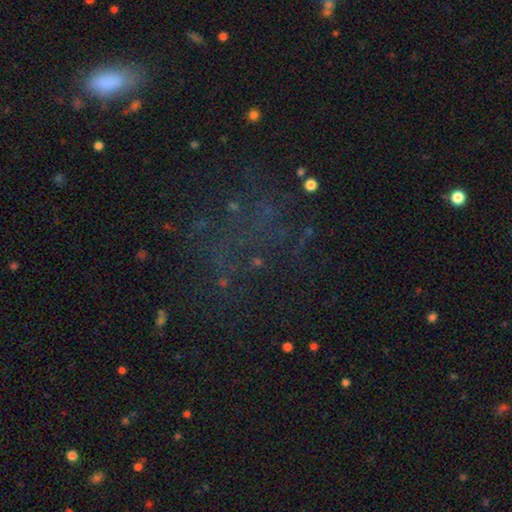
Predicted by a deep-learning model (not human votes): A star or artifact, not a galaxy (48%).